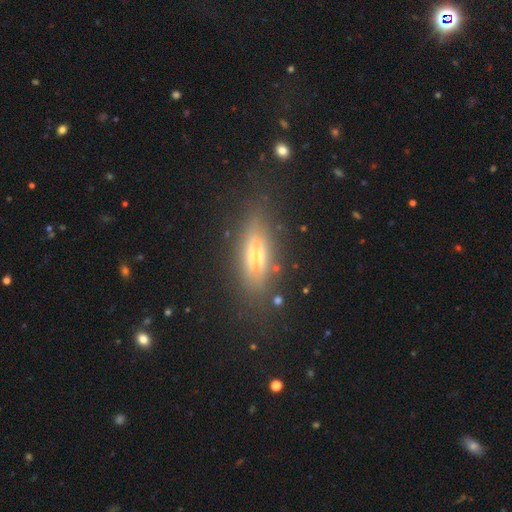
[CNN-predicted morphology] The model was most divided on "smooth or featured": featured or disk: 64%, smooth: 27%, star or artifact: 9%. More confident: edge-on disk — yes (82%); edge-on bulge — rounded (74%); merging — none (73%).